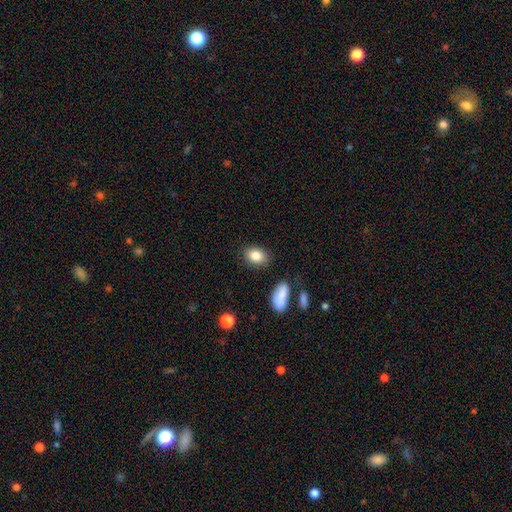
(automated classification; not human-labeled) A smooth galaxy with no disk features (84%) that is in between round and cigar-shaped (75%). Merging: none (84%).